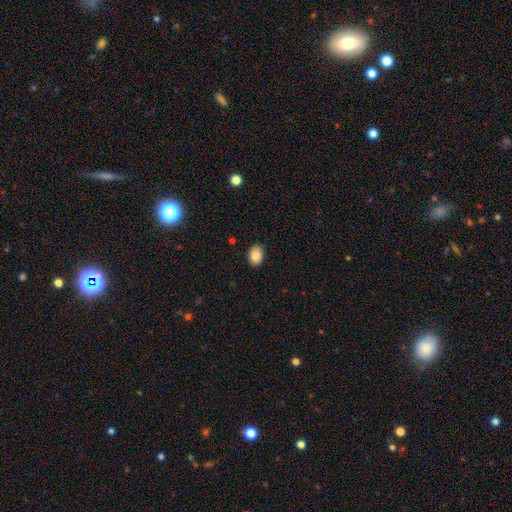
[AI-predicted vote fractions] Smooth or featured?
  - smooth: 88% *
  - star or artifact: 8%
  - featured or disk: 4%
How rounded?
  - in between: 77% *
  - round: 22%
  - cigar-shaped: 1%
Merging?
  - none: 87% *
  - minor disturbance: 10%
  - major disturbance: 2%
  - merger: 1%